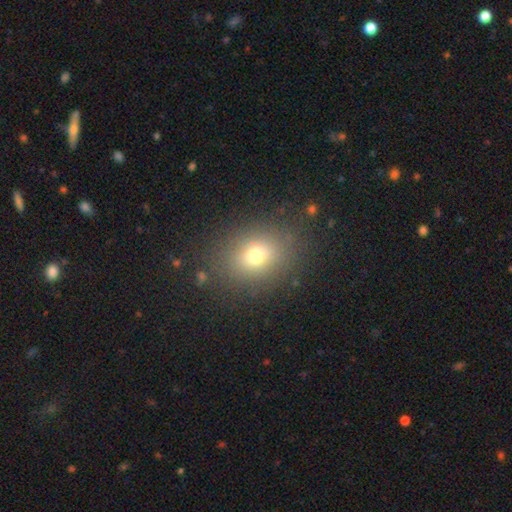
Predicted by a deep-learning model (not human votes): A smooth galaxy with no disk features (70%) that is round (52%).

Vote fractions:
- Smooth or featured? smooth: 70% / star or artifact: 17% / featured or disk: 13%
- How rounded? round: 52% / in between: 46% / cigar-shaped: 1%
- Merging? none: 84% / minor disturbance: 10% / major disturbance: 5% / merger: 2%